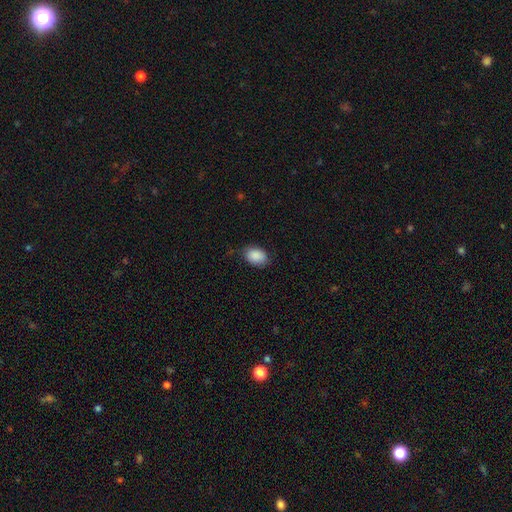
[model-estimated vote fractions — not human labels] A smooth galaxy with no disk features (89%) that is in between round and cigar-shaped (82%). Merging: none (80%).